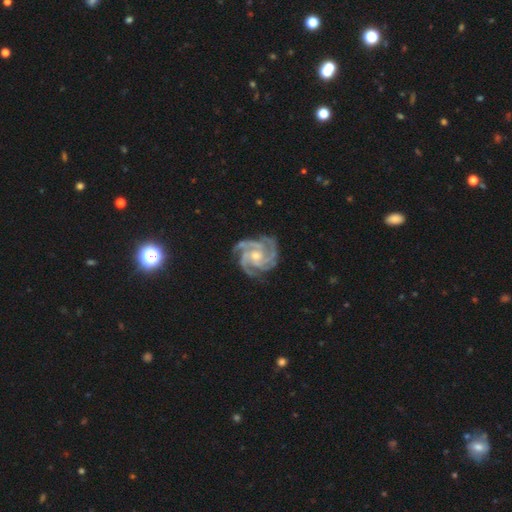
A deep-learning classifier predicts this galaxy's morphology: smooth-or-featured: featured or disk: 93% | star or artifact: 4% | smooth: 3%
  disk-edge-on: no: 98% | yes: 2%
    bar: no: 67% | weak: 24% | strong: 9%
    has-spiral-arms: yes: 99% | no: 1%
      spiral-winding: tight: 69% | medium: 29% | loose: 3%
      spiral-arm-count: 3: 43% | 4: 34% | 2: 6% | can't tell: 6% | more than 4: 5% | 1: 5%
    bulge-size: small: 48% (tied) | moderate: 48% (tied) | large: 1% | none: 1% | dominant: 1%
  merging: none: 80% | minor disturbance: 15% | major disturbance: 4% | merger: 1%